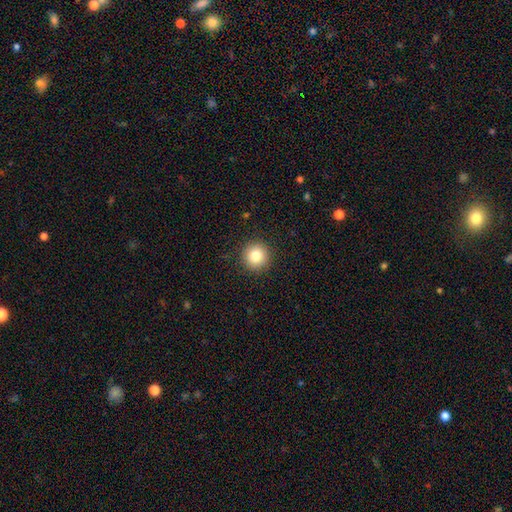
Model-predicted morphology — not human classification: smooth-or-featured: smooth: 83% | star or artifact: 11% | featured or disk: 7%
  how-rounded: round: 95% | in between: 4% | cigar-shaped: 1%
  merging: none: 92% | minor disturbance: 5% | major disturbance: 2% | merger: 1%